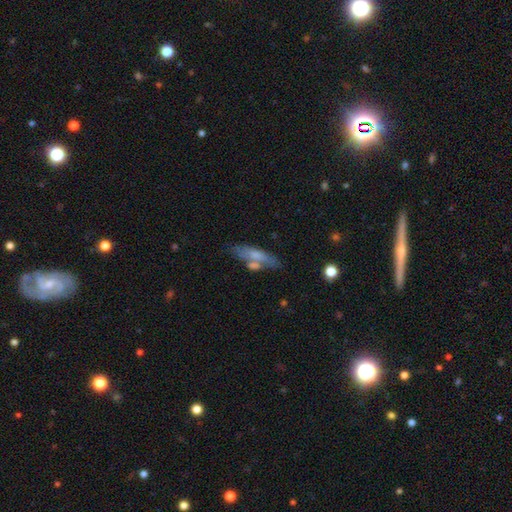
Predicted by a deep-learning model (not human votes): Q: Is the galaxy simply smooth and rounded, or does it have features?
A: smooth — 59%.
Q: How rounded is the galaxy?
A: cigar-shaped — 54%.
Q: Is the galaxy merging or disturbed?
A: none — 53%.